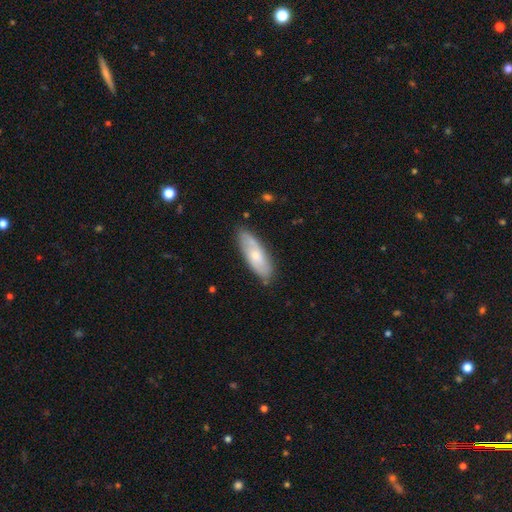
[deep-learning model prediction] Q: Smooth or featured?
A: smooth (53%); runner-up: featured or disk (41%)
Q: How rounded?
A: in between (63%); runner-up: cigar-shaped (35%)
Q: Merging?
A: none (81%); runner-up: minor disturbance (15%)